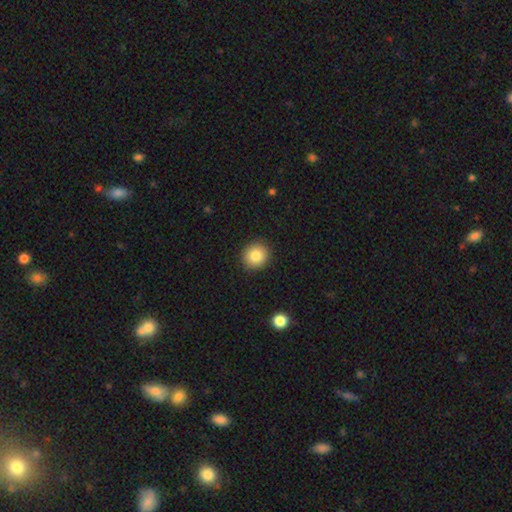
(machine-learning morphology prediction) Smooth or featured?
  - smooth: 84% *
  - star or artifact: 9%
  - featured or disk: 7%
How rounded?
  - round: 89% *
  - in between: 10%
  - cigar-shaped: 1%
Merging?
  - none: 91% *
  - minor disturbance: 6%
  - major disturbance: 2%
  - merger: 1%